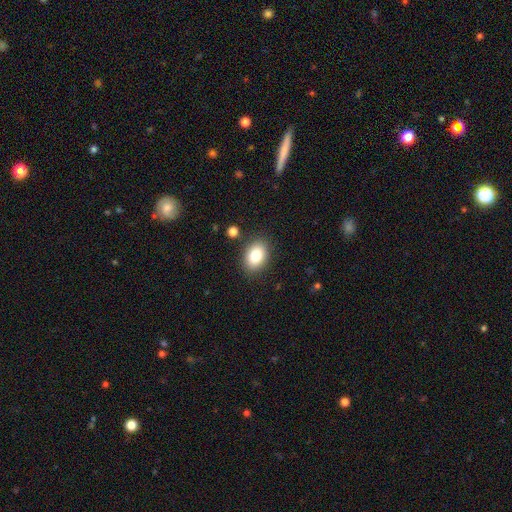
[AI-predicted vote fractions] This is clearly a smooth galaxy (82%). How rounded: likely in between (80%). Merging: clearly none (87%).